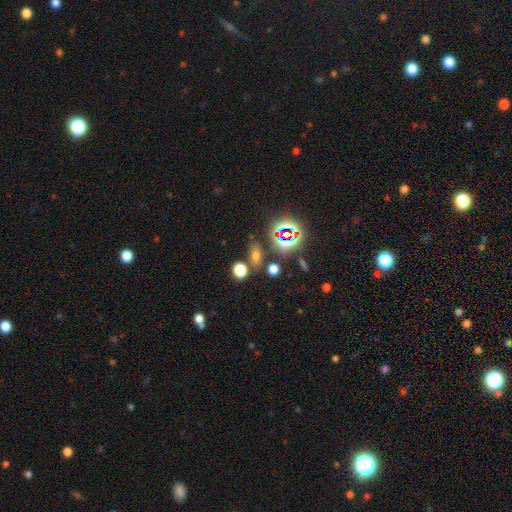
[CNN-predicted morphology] Smooth or featured? Predicted: smooth (p=0.54). How rounded? Predicted: in between (p=0.76). Merging? Predicted: none (p=0.77).